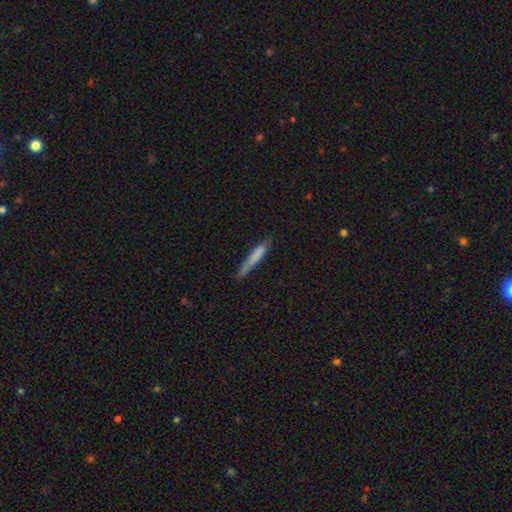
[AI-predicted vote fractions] A smooth galaxy with no disk features (74%) that is cigar-shaped (93%). Merging: none (72%).